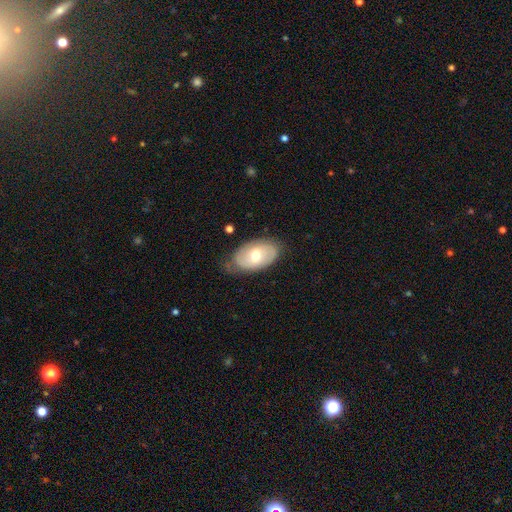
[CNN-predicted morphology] A smooth galaxy with no disk features (50%).

Vote fractions:
- Smooth or featured? smooth: 50% / featured or disk: 44% / star or artifact: 6%
- Merging? none: 69% / minor disturbance: 24% / major disturbance: 6% / merger: 1%